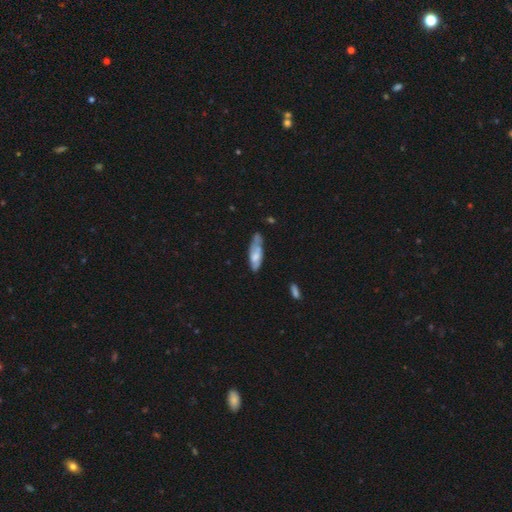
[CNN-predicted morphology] The model was most divided on "how rounded": cigar-shaped: 50%, in between: 49%, round: 2%. Remaining: smooth or featured — smooth (59%); merging — none (49%).